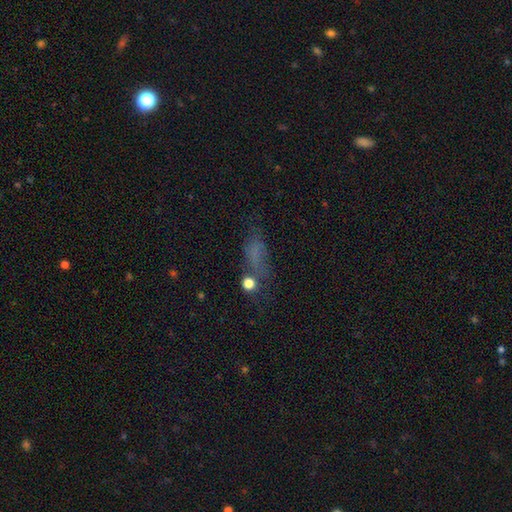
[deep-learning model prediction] smooth_or_featured: smooth (p=0.51) [alt: star or artifact p=0.28]
how_rounded: in between (p=0.55) [alt: cigar-shaped p=0.33]
merging: none (p=0.50) [alt: minor disturbance p=0.22]